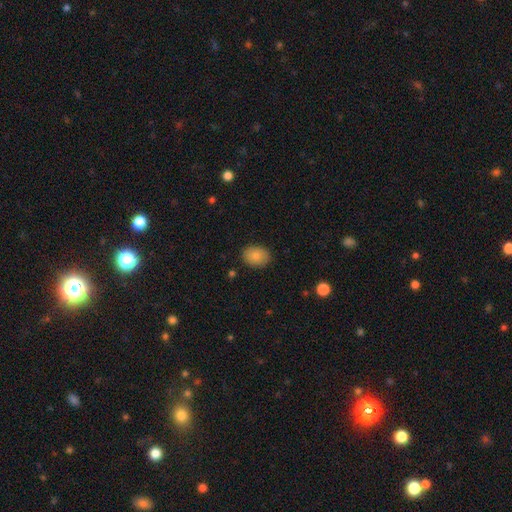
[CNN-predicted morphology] Overall: smooth (84%). How rounded: in between (65%; round 34%). Merging: none (86%).